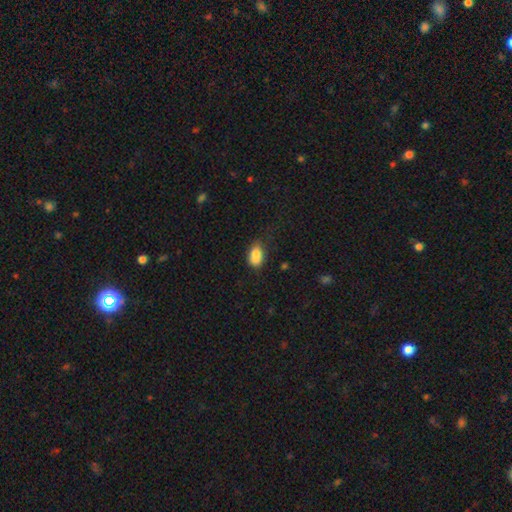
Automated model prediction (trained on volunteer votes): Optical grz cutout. It shows a smooth galaxy with no disk features (86%) that is in between round and cigar-shaped (88%). Merging: none (59%).